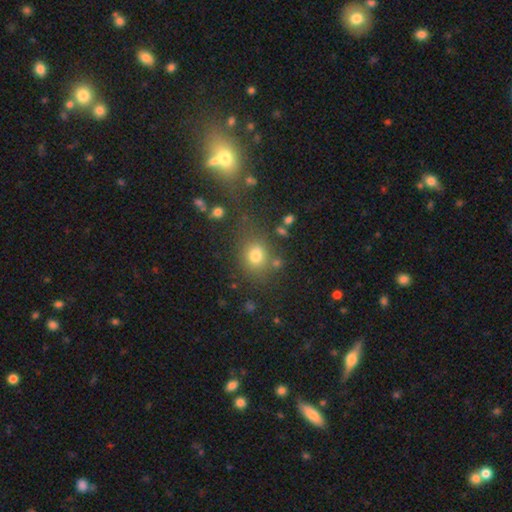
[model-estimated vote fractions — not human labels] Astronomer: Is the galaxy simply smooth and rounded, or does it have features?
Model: smooth — 75%.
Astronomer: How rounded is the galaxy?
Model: round — 66%.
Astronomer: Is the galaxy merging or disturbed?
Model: none — 66%.